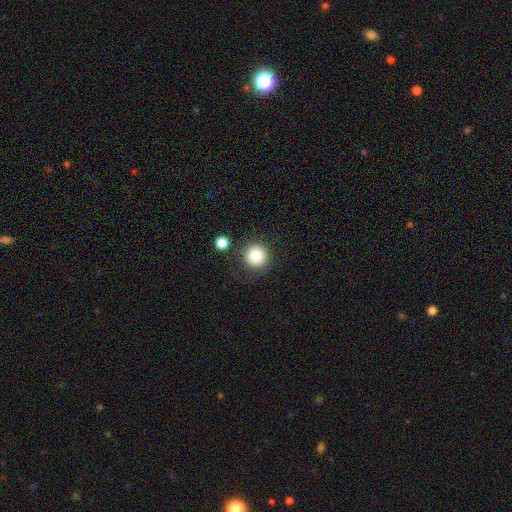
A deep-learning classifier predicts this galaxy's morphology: The model was most divided on "smooth or featured": smooth: 83%, star or artifact: 10%, featured or disk: 7%. More confident: how rounded — round (95%); merging — none (82%).